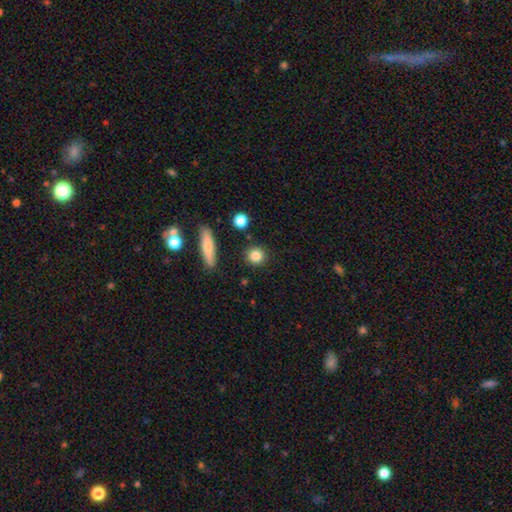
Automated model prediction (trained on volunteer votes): The model was most divided on "smooth or featured": smooth: 83%, star or artifact: 10%, featured or disk: 7%. More confident: merging — none (88%); how rounded — round (86%).